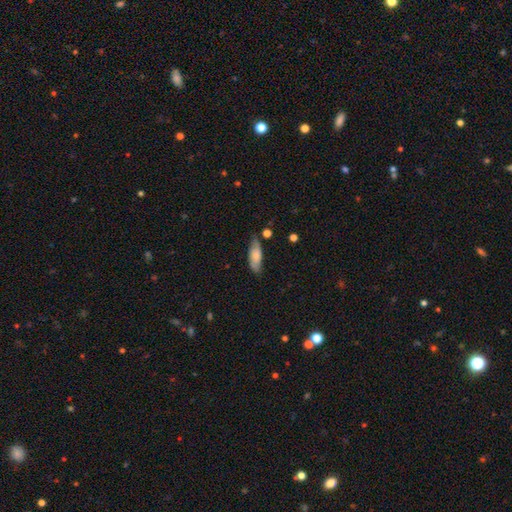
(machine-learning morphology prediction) This is likely a smooth galaxy (73%). How rounded: likely in between (67%). Merging: likely none (70%).